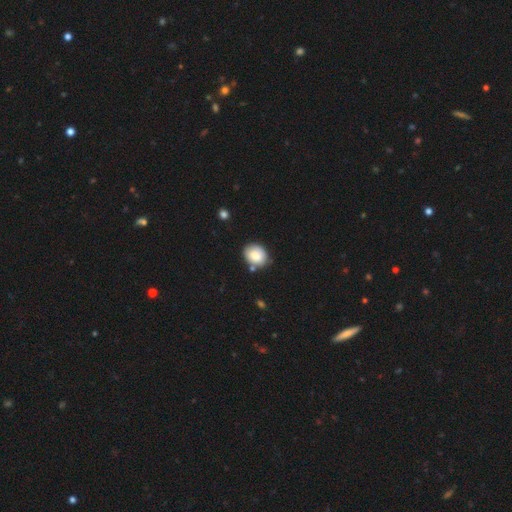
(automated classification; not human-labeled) smooth 85%, featured or disk 8%, star or artifact 8%. Down the decision tree: how rounded — in between (50%); merging — none (73%).